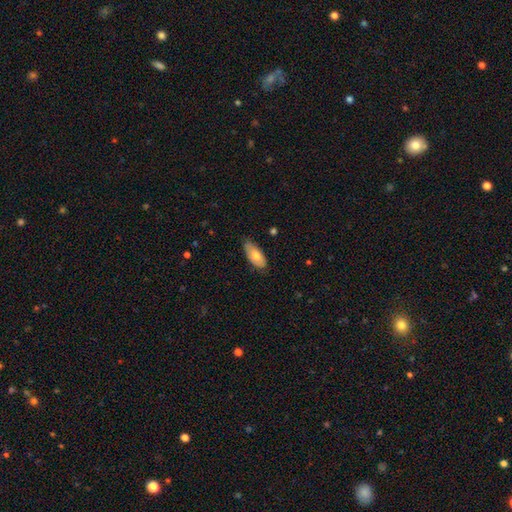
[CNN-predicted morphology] A smooth galaxy with no disk features (70%) that is in between round and cigar-shaped (89%).

Vote fractions:
- Smooth or featured? smooth: 70% / featured or disk: 25% / star or artifact: 6%
- How rounded? in between: 89% / cigar-shaped: 9% / round: 2%
- Merging? none: 78% / minor disturbance: 18% / major disturbance: 3% / merger: 1%